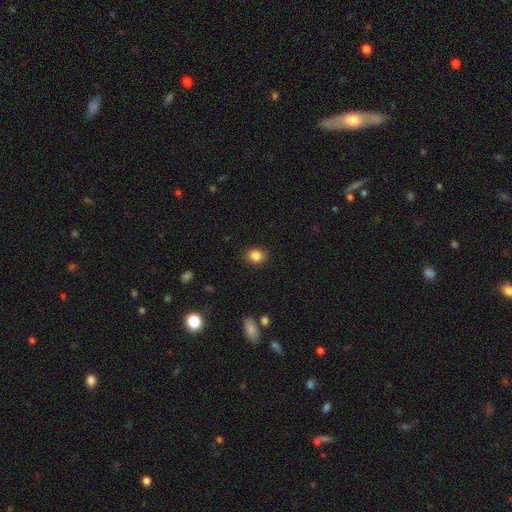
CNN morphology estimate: Q: Smooth or featured?
A: smooth (85%); runner-up: star or artifact (10%)
Q: How rounded?
A: round (59%); runner-up: in between (40%)
Q: Merging?
A: none (89%); runner-up: minor disturbance (8%)